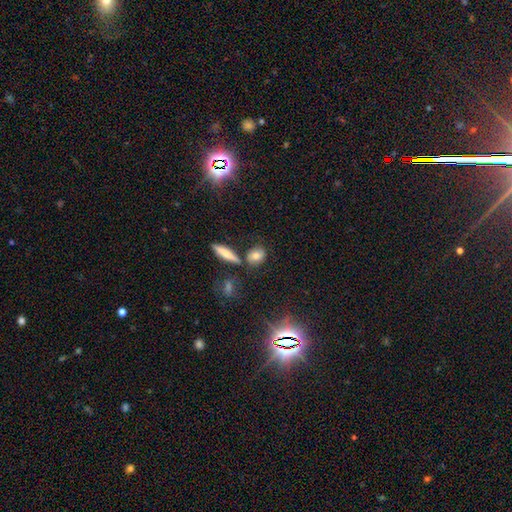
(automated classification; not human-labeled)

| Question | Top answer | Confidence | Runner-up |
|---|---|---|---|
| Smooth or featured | smooth | 72% | featured or disk (16%) |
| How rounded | in between | 58% | round (35%) |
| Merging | none | 71% | minor disturbance (14%) |